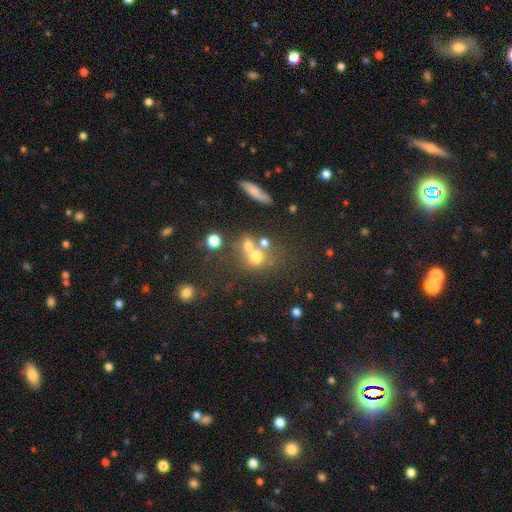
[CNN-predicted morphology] Smooth or featured? Predicted: smooth (p=0.60). How rounded? Predicted: round (p=0.69). Merging? Predicted: merger (p=0.45).